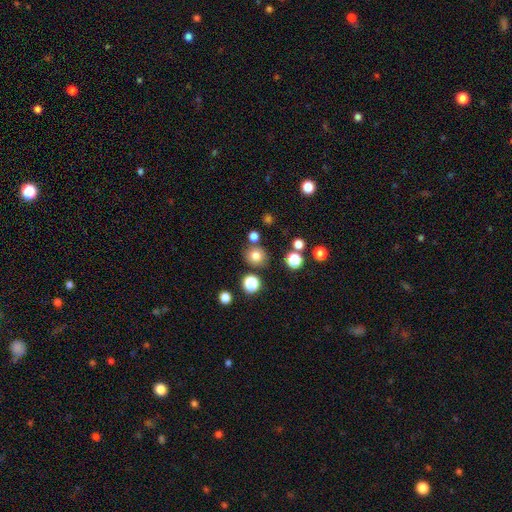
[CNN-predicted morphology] This is likely a smooth galaxy (78%). How rounded: clearly round (87%). Merging: clearly none (81%).